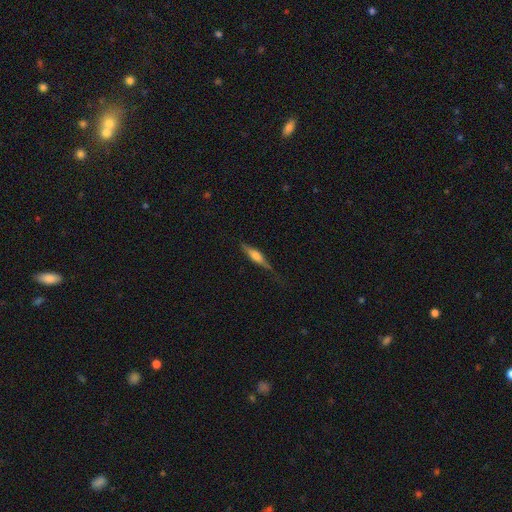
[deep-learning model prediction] Morphology: type=featured or disk (56%); edge-on=yes (95%); edge-on bulge=rounded (66%); merging=none (72%).